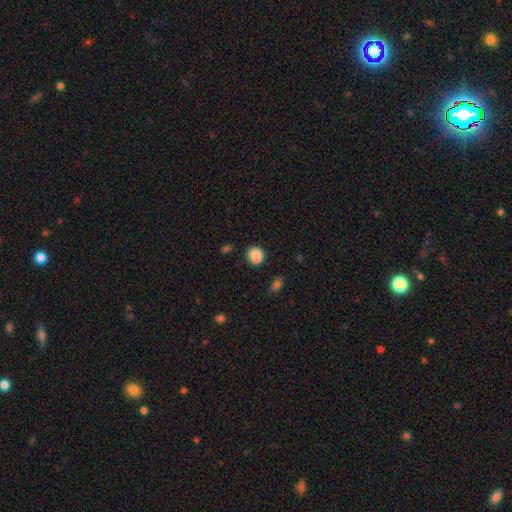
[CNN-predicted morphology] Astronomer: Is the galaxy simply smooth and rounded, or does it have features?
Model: smooth — 87%.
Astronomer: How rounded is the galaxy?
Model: round — 86%.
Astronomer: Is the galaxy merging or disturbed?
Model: none — 80%.